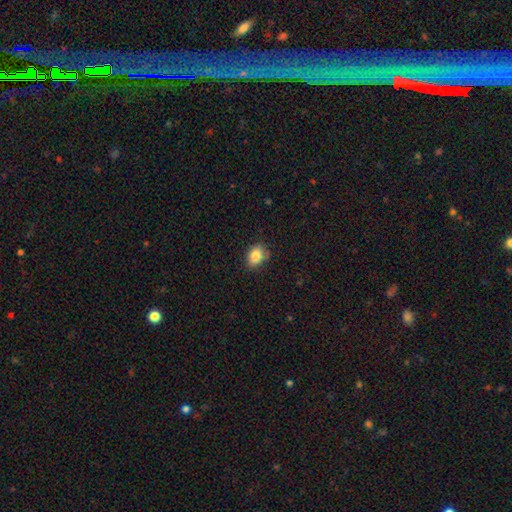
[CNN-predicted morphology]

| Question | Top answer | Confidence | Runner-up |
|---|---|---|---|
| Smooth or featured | smooth | 83% | star or artifact (9%) |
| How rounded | in between | 68% | round (31%) |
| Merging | none | 77% | minor disturbance (18%) |